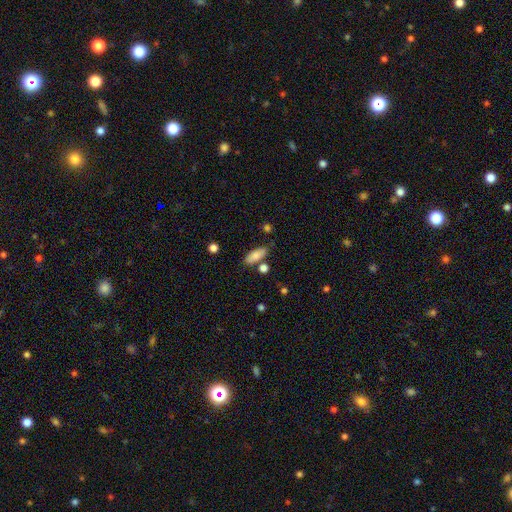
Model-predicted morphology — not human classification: The model was most divided on "merging": none: 73%, minor disturbance: 14%, merger: 9%, major disturbance: 4%. More confident: smooth or featured — smooth (84%); how rounded — in between (78%).